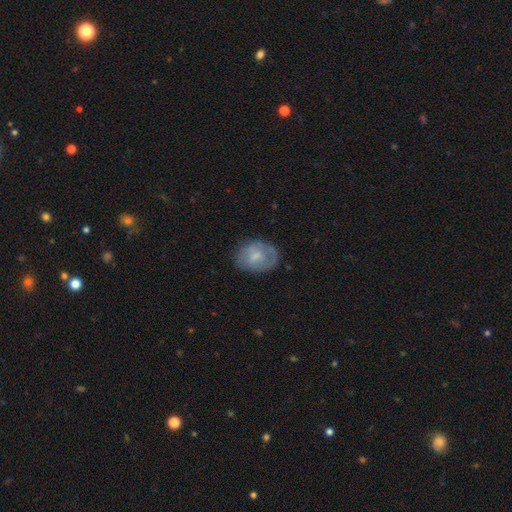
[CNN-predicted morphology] smooth 57%, featured or disk 36%, star or artifact 7%. Down the decision tree: how rounded — in between (64%); merging — none (66%).